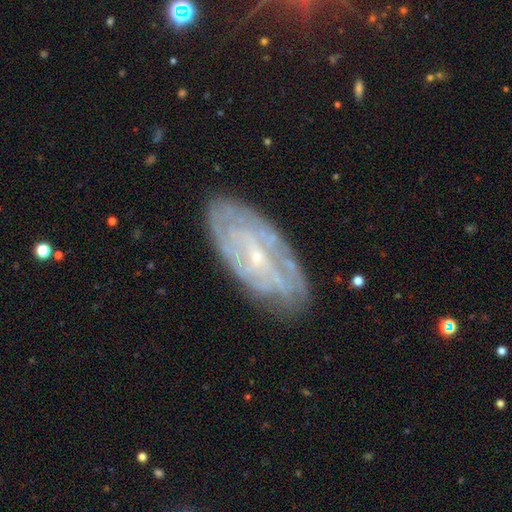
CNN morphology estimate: type=featured or disk (76%); edge-on=no (90%); bar=no (49%); spiral arms=yes (83%); winding=tight (68%); arm count=can't tell (56%); bulge=small (81%); merging=none (80%).